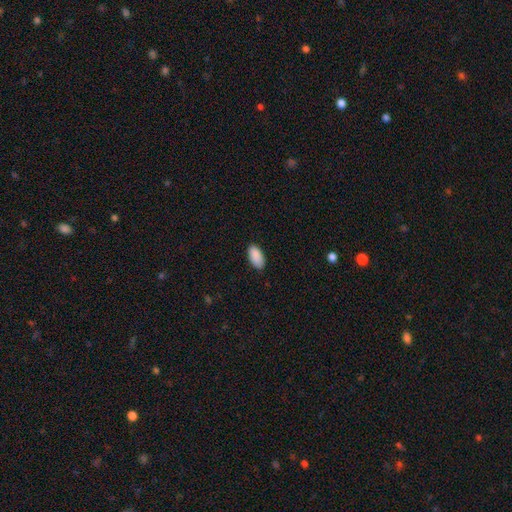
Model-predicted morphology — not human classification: Smooth or featured: smooth — 91% (star or artifact — 6%)
How rounded: in between — 94% (cigar-shaped — 4%)
Merging: none — 86% (minor disturbance — 11%)